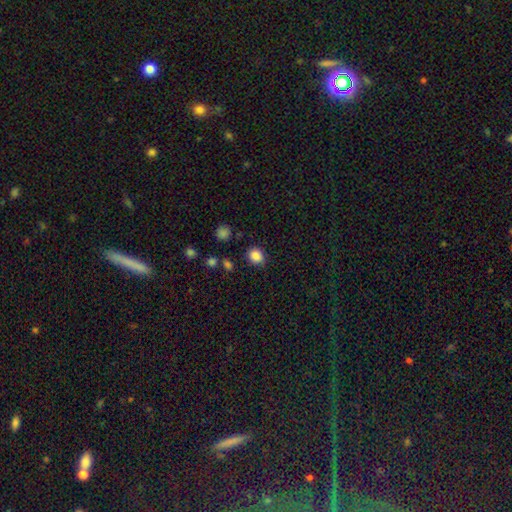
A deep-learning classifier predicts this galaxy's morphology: This is clearly a smooth galaxy (85%). How rounded: likely round (69%). Merging: clearly none (83%).